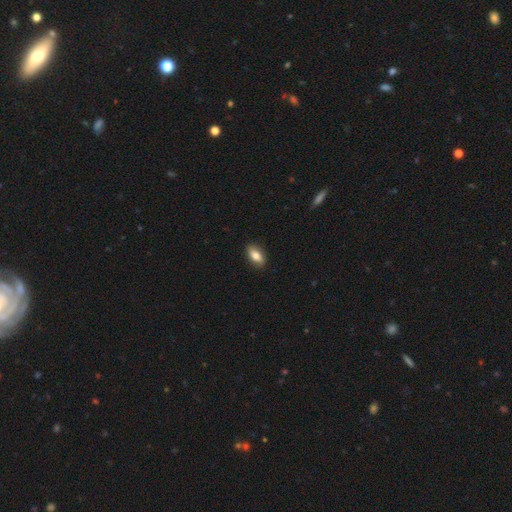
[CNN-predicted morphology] smooth 79%, featured or disk 14%, star or artifact 7%. Down the decision tree: how rounded — in between (89%); merging — none (88%).